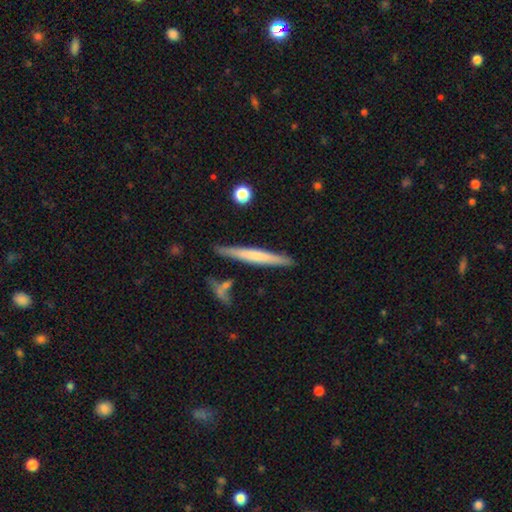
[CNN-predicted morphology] Smooth or featured: smooth — 54% (featured or disk — 40%)
How rounded: cigar-shaped — 96% (in between — 3%)
Merging: none — 85% (minor disturbance — 9%)